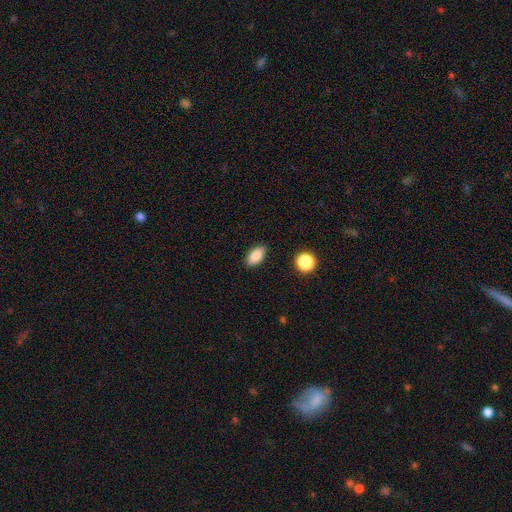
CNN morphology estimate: A smooth galaxy with no disk features (85%) that is in between round and cigar-shaped (89%). Merging: none (88%).